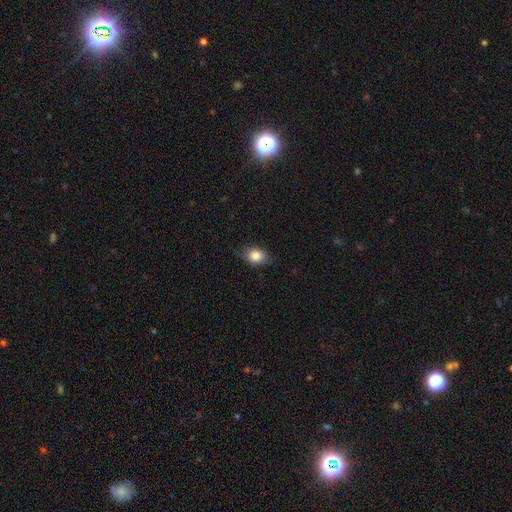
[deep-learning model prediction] This appears to be a smooth galaxy with no disk features (82%) that is in between round and cigar-shaped (73%). Merging: none (79%).